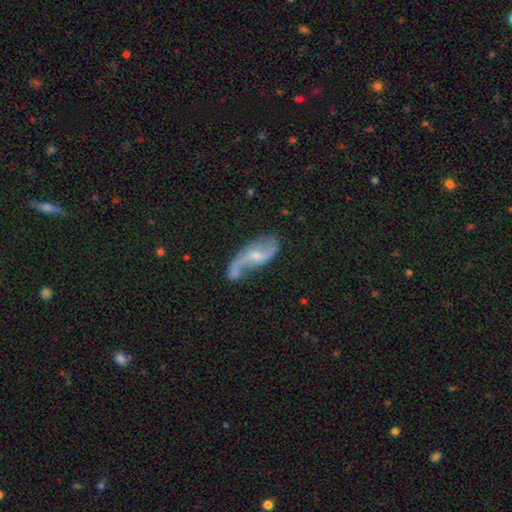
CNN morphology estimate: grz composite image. It shows a featured or disk galaxy (79%) with a weak bar (48%), 2 (87%) loose (77%) spiral arms (90%) and a small central bulge (58%). Merging: none (43%).